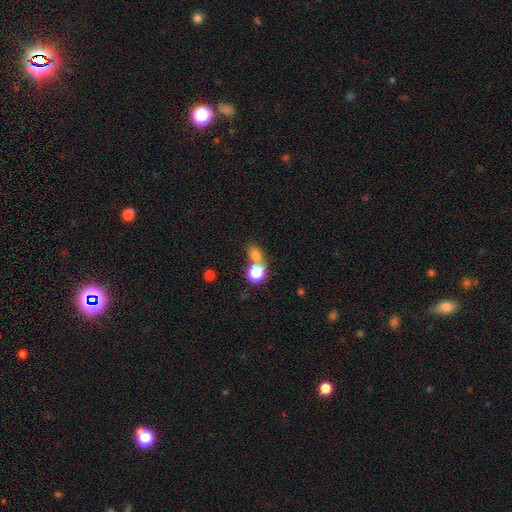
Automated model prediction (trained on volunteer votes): A smooth galaxy with no disk features (75%) that is in between round and cigar-shaped (49%).

Vote fractions:
- Smooth or featured? smooth: 75% / star or artifact: 17% / featured or disk: 8%
- How rounded? in between: 49% / round: 48% / cigar-shaped: 2%
- Merging? none: 44% / merger: 42% / minor disturbance: 9% / major disturbance: 5%